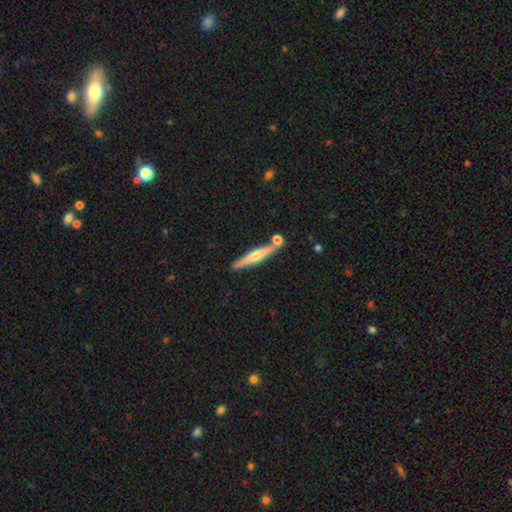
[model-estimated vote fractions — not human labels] featured or disk 52%, smooth 42%, star or artifact 6%. Down the decision tree: edge-on disk — yes (95%); merging — none (78%).